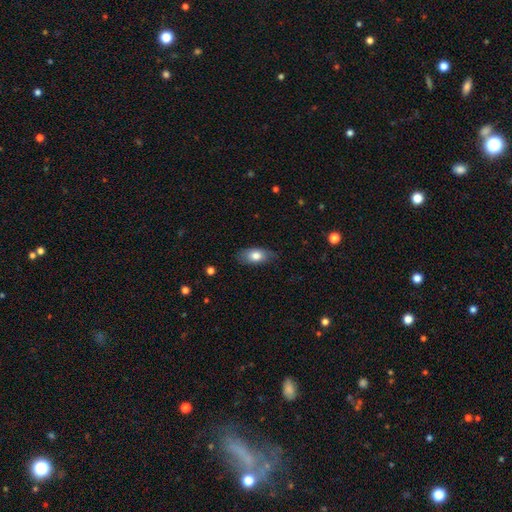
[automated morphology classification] A smooth galaxy with no disk features (77%) that is in between round and cigar-shaped (89%).

Vote fractions:
- Smooth or featured? smooth: 77% / featured or disk: 17% / star or artifact: 7%
- How rounded? in between: 89% / cigar-shaped: 6% / round: 5%
- Merging? none: 76% / minor disturbance: 19% / major disturbance: 4% / merger: 1%